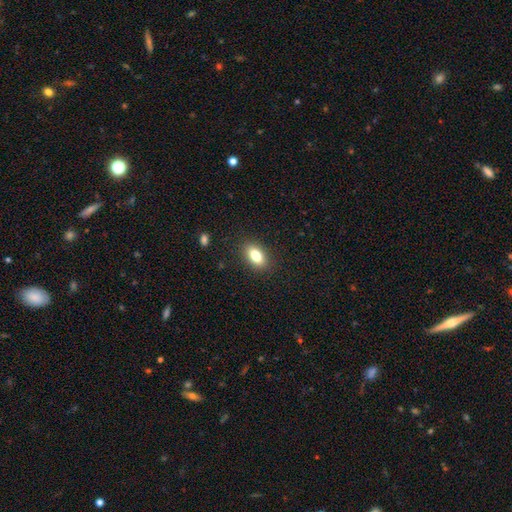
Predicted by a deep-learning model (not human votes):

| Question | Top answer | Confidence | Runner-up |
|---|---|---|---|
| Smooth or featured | smooth | 81% | featured or disk (11%) |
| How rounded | in between | 87% | round (8%) |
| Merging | none | 88% | minor disturbance (9%) |